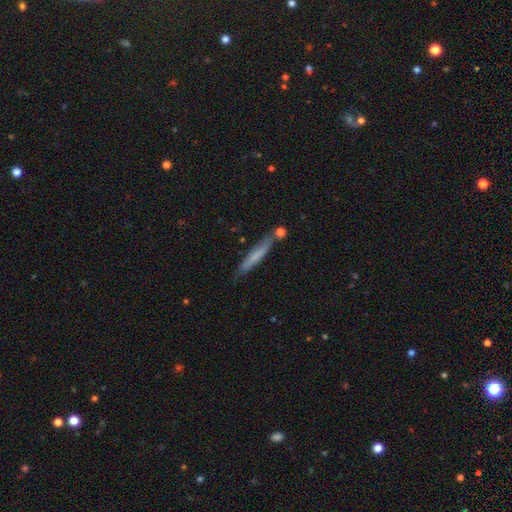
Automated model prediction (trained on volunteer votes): This is likely a smooth galaxy (61%). How rounded: clearly cigar-shaped (94%). Merging: likely none (75%).